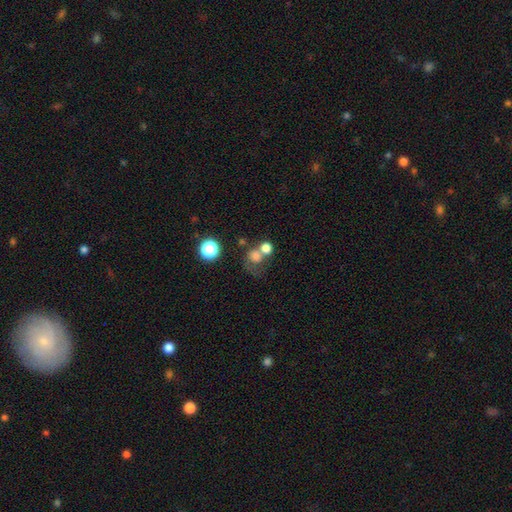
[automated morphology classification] Overall: smooth (72%). How rounded: round (77%). Merging: merger (46%; none 33%).